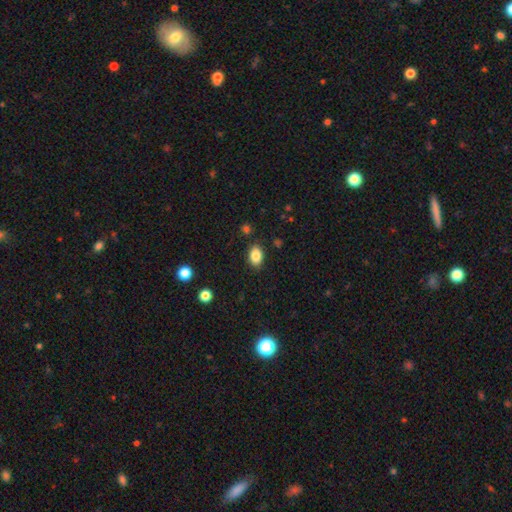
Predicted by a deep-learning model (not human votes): Smooth or featured? Predicted: smooth (p=0.86). How rounded? Predicted: in between (p=0.85). Merging? Predicted: none (p=0.86).